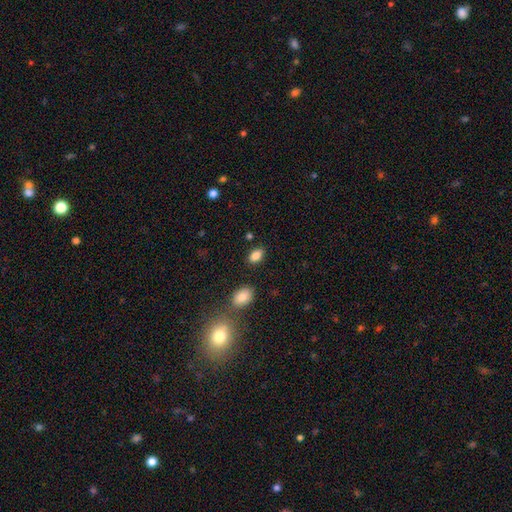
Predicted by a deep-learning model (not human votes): This is clearly a smooth galaxy (86%). How rounded: clearly in between (90%). Merging: clearly none (84%).